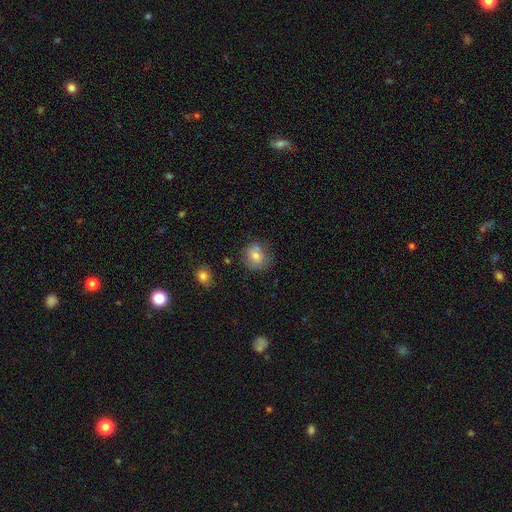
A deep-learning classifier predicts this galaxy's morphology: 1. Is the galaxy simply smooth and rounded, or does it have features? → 75% smooth, 14% featured or disk, 11% star or artifact.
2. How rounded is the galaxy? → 80% round, 19% in between, 1% cigar-shaped.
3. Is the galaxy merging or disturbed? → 71% none, 17% minor disturbance, 8% merger, 4% major disturbance.